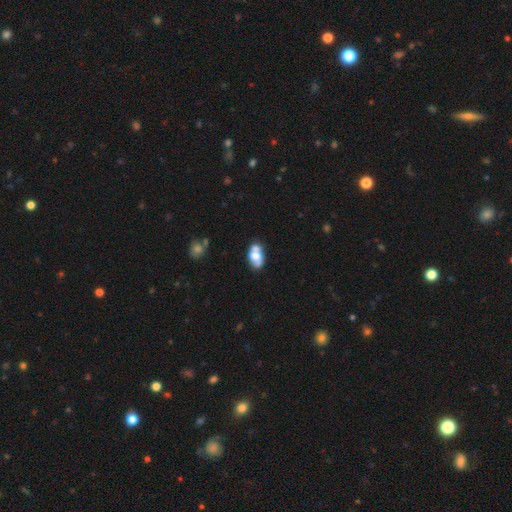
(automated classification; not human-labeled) Morphology: type=smooth (55%); roundness=in between (85%); merging=none (43%).